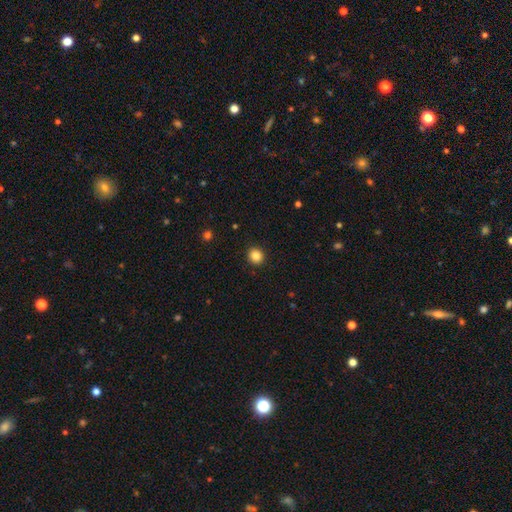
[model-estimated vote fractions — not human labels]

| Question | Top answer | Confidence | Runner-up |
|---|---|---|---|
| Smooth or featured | smooth | 85% | star or artifact (11%) |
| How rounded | round | 89% | in between (11%) |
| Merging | none | 92% | minor disturbance (5%) |